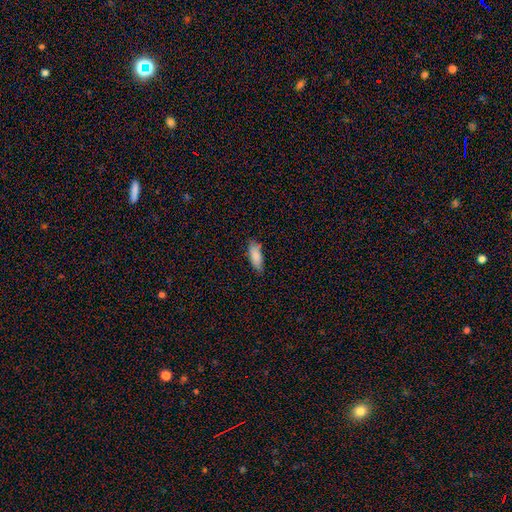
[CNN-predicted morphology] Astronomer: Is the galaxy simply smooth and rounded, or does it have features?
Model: smooth — 86%.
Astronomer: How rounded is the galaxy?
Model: in between — 71%.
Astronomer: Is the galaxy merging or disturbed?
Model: none — 78%.